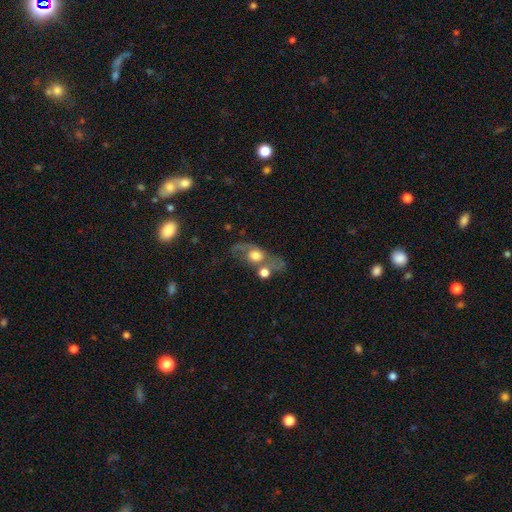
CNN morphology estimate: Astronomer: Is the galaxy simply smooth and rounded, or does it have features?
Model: featured or disk — 50% (runner-up: smooth, 40%).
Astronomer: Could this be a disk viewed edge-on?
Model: no — 84%.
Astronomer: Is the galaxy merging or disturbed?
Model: none — 34%, tied with merger at 34%.